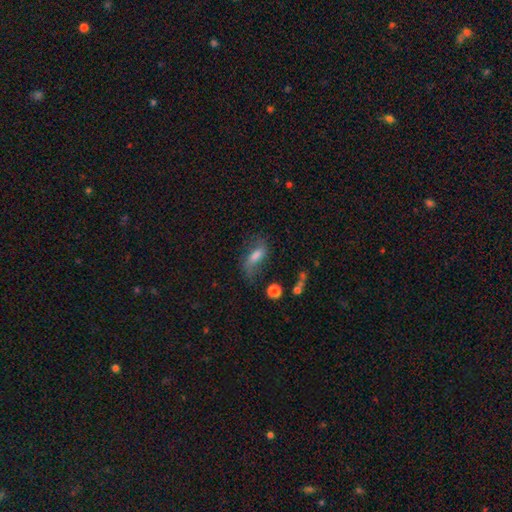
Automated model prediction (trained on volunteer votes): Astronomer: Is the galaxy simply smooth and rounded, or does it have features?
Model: featured or disk — 47% (runner-up: smooth, 42%).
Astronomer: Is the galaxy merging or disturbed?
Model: none — 54%.